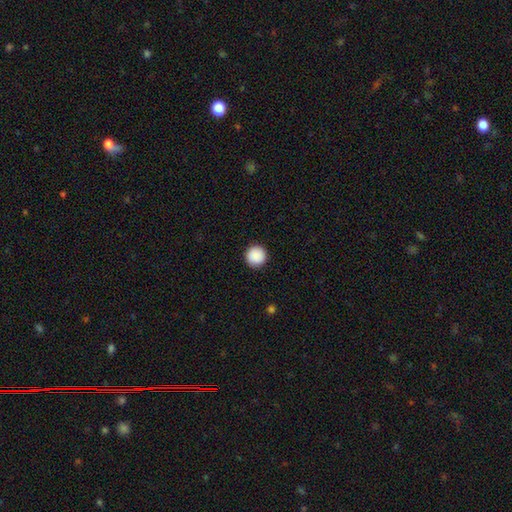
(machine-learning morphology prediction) This appears to be a smooth galaxy with no disk features (90%) that is round (97%). Merging: none (93%).